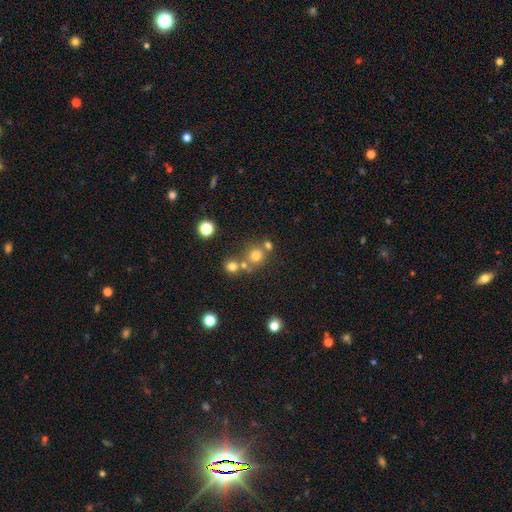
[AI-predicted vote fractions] A smooth galaxy with no disk features (71%) that is round (89%).

Vote fractions:
- Smooth or featured? smooth: 71% / star or artifact: 18% / featured or disk: 10%
- How rounded? round: 89% / in between: 10% / cigar-shaped: 1%
- Merging? none: 60% / merger: 28% / minor disturbance: 8% / major disturbance: 4%